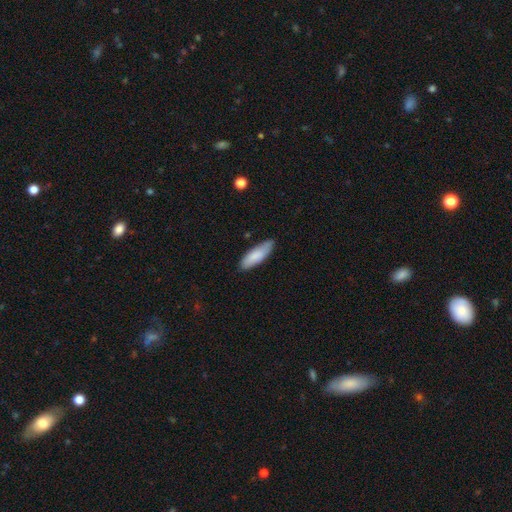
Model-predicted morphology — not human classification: Q: Smooth or featured?
A: smooth (85%); runner-up: featured or disk (10%)
Q: How rounded?
A: in between (55%); runner-up: cigar-shaped (44%)
Q: Merging?
A: none (79%); runner-up: minor disturbance (17%)